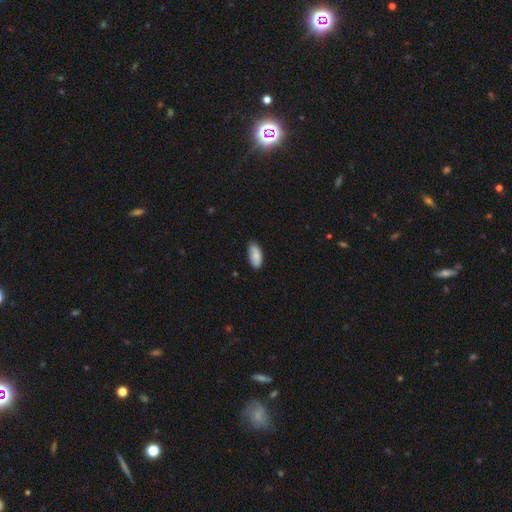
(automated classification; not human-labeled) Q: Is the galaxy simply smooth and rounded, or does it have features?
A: smooth — 86%.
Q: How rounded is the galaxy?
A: in between — 89%.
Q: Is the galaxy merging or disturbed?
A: none — 77%.